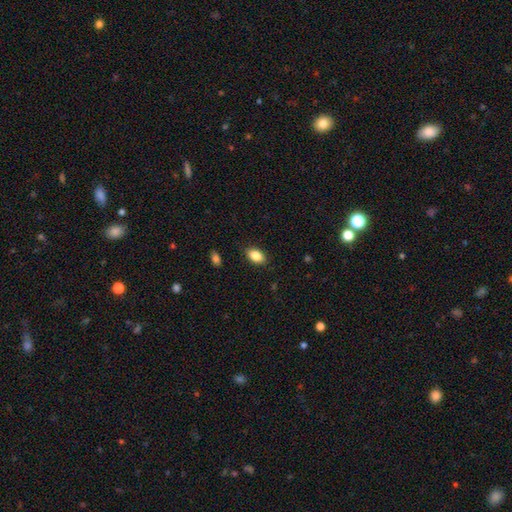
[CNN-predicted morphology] Overall: smooth (86%). How rounded: in between (90%). Merging: none (87%).